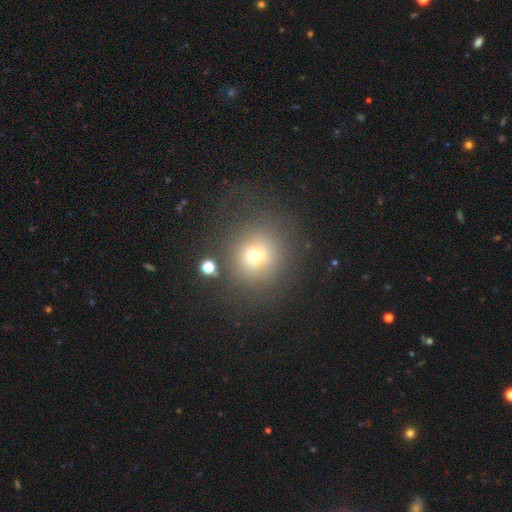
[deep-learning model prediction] Q: Smooth or featured?
A: smooth (65%); runner-up: star or artifact (18%)
Q: How rounded?
A: round (91%); runner-up: in between (8%)
Q: Merging?
A: none (73%); runner-up: minor disturbance (13%)